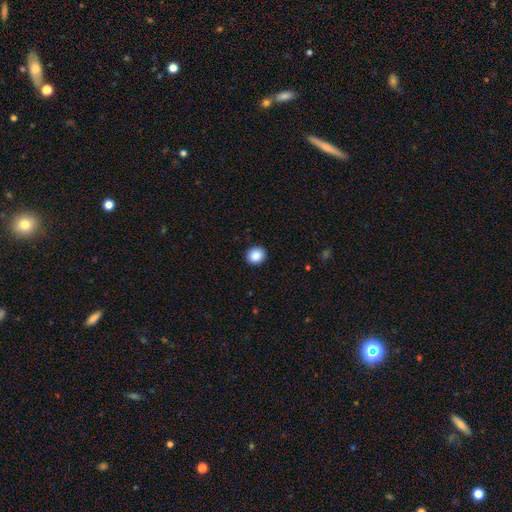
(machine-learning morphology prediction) Smooth or featured?
  - smooth: 87% *
  - star or artifact: 9%
  - featured or disk: 4%
How rounded?
  - round: 83% *
  - in between: 16%
  - cigar-shaped: 1%
Merging?
  - none: 92% *
  - minor disturbance: 5%
  - major disturbance: 2%
  - merger: 1%